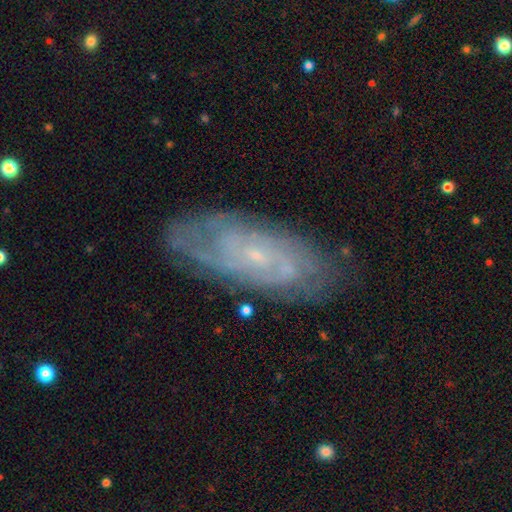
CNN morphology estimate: Smooth or featured? featured or disk (79%)
Edge-on disk? no (90%)
Bar? no (70%)
Spiral arms? yes (92%)
Spiral winding? tight (67%)
Spiral arm count? can't tell (46%)
Bulge size? small (84%)
Merging? none (80%)